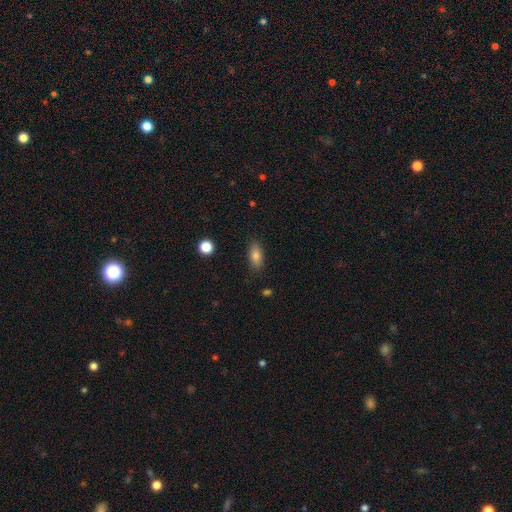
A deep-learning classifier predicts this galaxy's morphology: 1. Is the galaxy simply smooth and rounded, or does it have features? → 80% smooth, 11% featured or disk, 8% star or artifact.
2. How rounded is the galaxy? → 84% in between, 11% cigar-shaped, 5% round.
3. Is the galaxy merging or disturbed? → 86% none, 11% minor disturbance, 3% major disturbance, 1% merger.